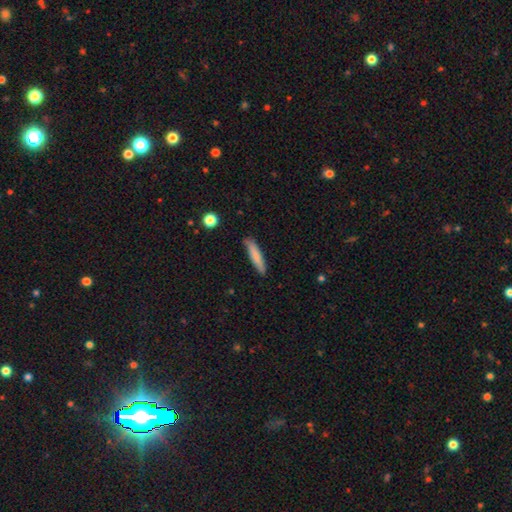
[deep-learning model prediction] This is likely a smooth galaxy (79%). How rounded: clearly cigar-shaped (88%). Merging: clearly none (84%).